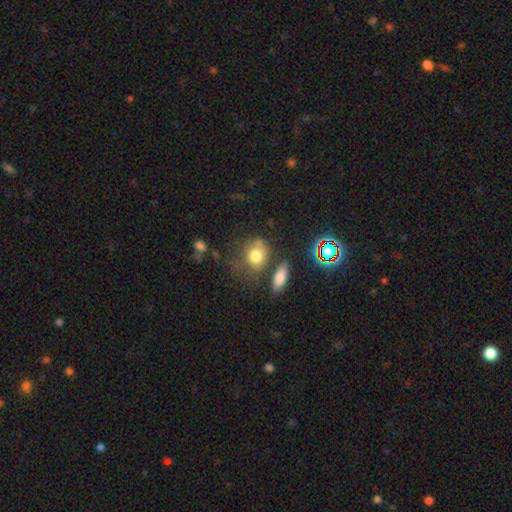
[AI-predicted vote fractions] smooth 74%, featured or disk 13%, star or artifact 13%. Down the decision tree: how rounded — round (60%); merging — none (49%).